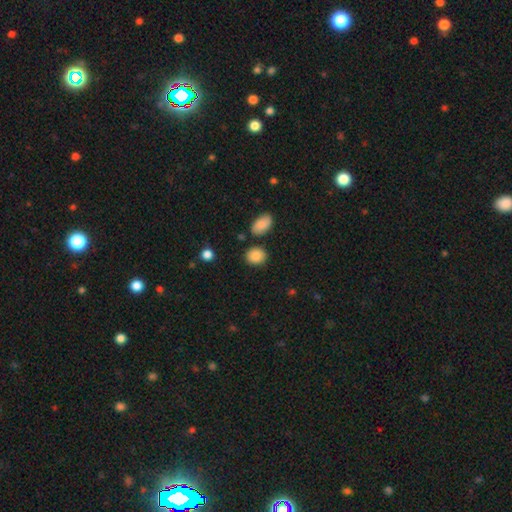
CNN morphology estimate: The model was most divided on "how rounded": round: 59%, in between: 40%, cigar-shaped: 1%. More confident: smooth or featured — smooth (87%); merging — none (81%).